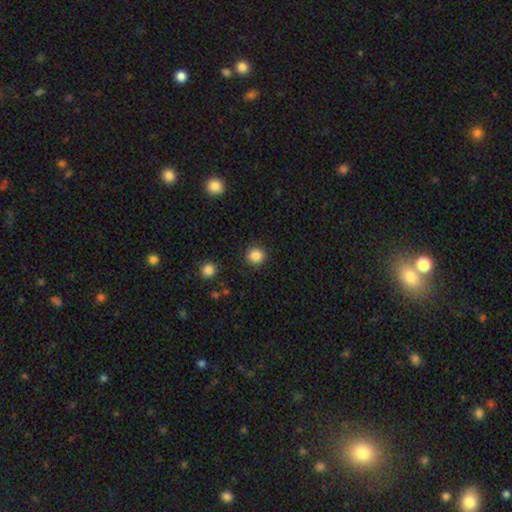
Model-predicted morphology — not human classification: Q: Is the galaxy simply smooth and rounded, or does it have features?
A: smooth — 86%.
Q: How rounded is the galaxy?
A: round — 88%.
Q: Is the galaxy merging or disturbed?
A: none — 89%.